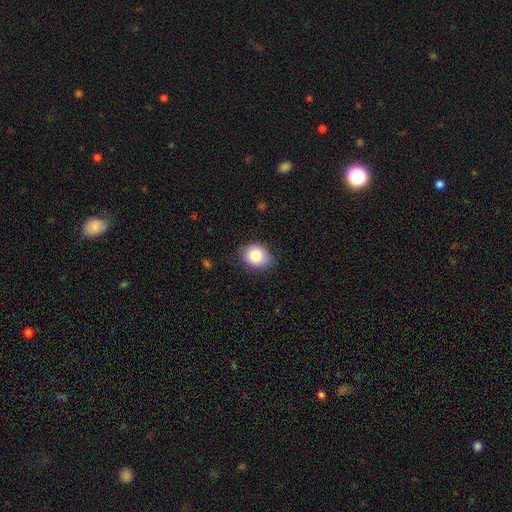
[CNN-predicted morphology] Smooth or featured? Predicted: smooth (p=0.86). How rounded? Predicted: in between (p=0.52). Merging? Predicted: none (p=0.78).